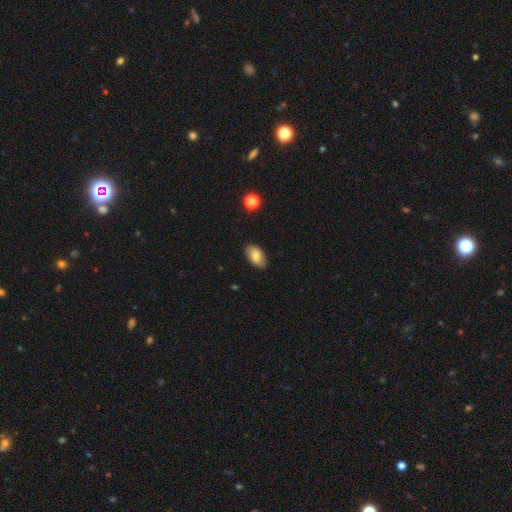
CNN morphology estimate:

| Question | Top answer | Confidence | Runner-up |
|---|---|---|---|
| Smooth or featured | smooth | 77% | featured or disk (15%) |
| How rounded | in between | 93% | round (5%) |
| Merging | none | 85% | minor disturbance (12%) |